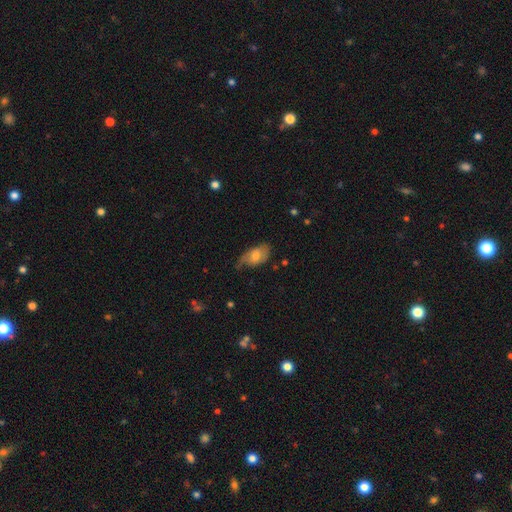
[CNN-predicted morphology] This appears to be a smooth galaxy with no disk features (59%) that is in between round and cigar-shaped (91%). Merging: none (43%).